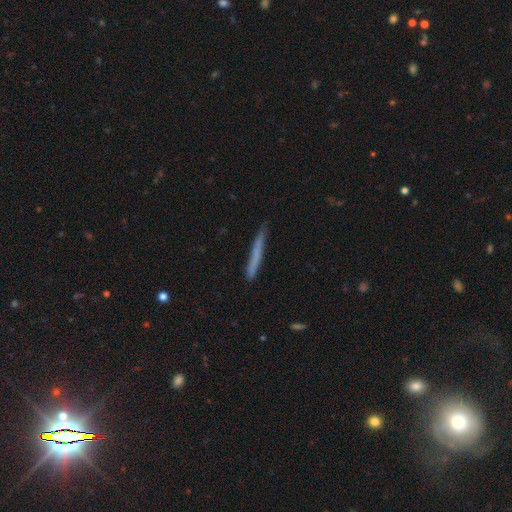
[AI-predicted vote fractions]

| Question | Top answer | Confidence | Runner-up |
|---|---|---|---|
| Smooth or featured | smooth | 63% | featured or disk (30%) |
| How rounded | cigar-shaped | 97% | in between (2%) |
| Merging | none | 82% | minor disturbance (14%) |